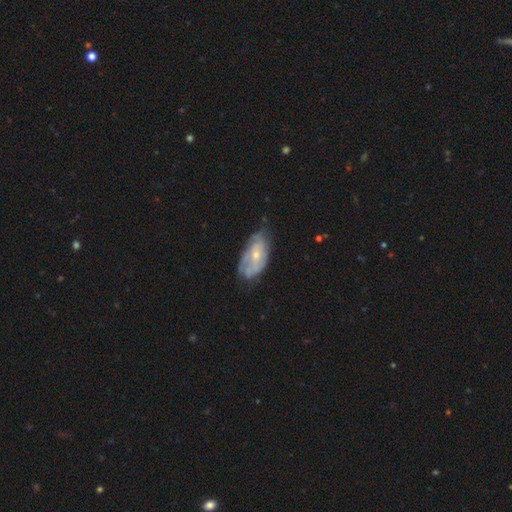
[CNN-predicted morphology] smooth_or_featured: featured or disk (p=0.56) [alt: smooth p=0.37]
disk_edge_on: no (p=0.92) [alt: yes p=0.08]
bar: no (p=0.72) [alt: weak p=0.22]
has_spiral_arms: no (p=0.51) [alt: yes p=0.49]
bulge_size: small (p=0.63) [alt: moderate p=0.32]
merging: none (p=0.47) [alt: minor disturbance p=0.35]